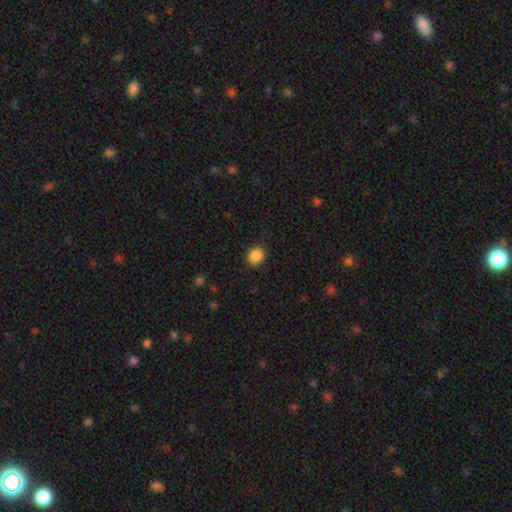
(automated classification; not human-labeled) Smooth or featured?
  - smooth: 88% *
  - star or artifact: 10%
  - featured or disk: 3%
How rounded?
  - round: 79% *
  - in between: 20%
  - cigar-shaped: 1%
Merging?
  - none: 89% *
  - minor disturbance: 8%
  - major disturbance: 2%
  - merger: 1%